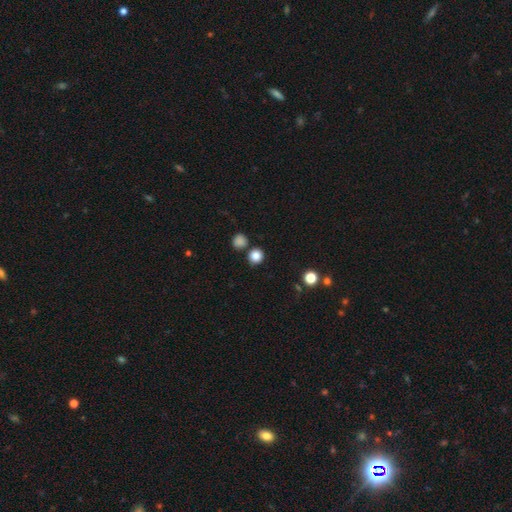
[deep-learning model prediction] Smooth or featured: smooth — 84% (star or artifact — 11%)
How rounded: round — 90% (in between — 9%)
Merging: none — 81% (merger — 10%)